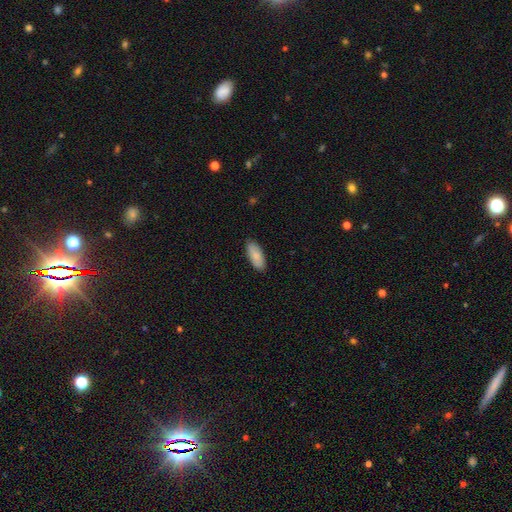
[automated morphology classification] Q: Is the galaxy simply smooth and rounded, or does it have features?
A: smooth — 86%.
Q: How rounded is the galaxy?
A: in between — 83%.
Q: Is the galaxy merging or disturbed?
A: none — 88%.